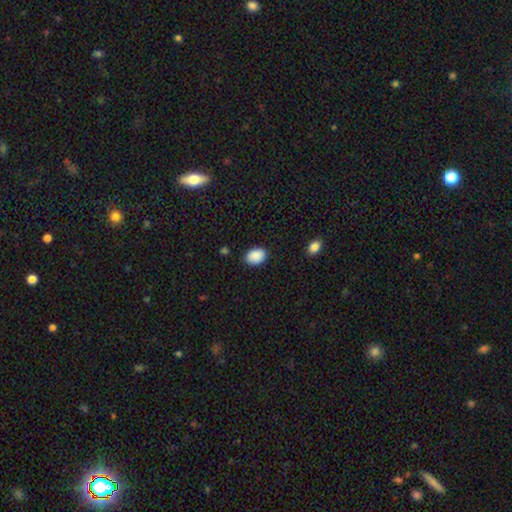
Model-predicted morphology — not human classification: A smooth galaxy with no disk features (90%) that is in between round and cigar-shaped (77%). Merging: none (87%).